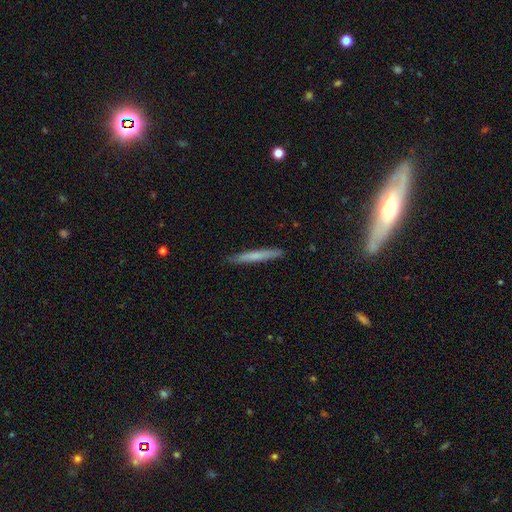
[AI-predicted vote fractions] Smooth or featured?
  - smooth: 64% *
  - featured or disk: 29%
  - star or artifact: 6%
How rounded?
  - cigar-shaped: 97% *
  - in between: 2%
  - round: 1%
Merging?
  - none: 90% *
  - minor disturbance: 7%
  - major disturbance: 1%
  - merger: 1%